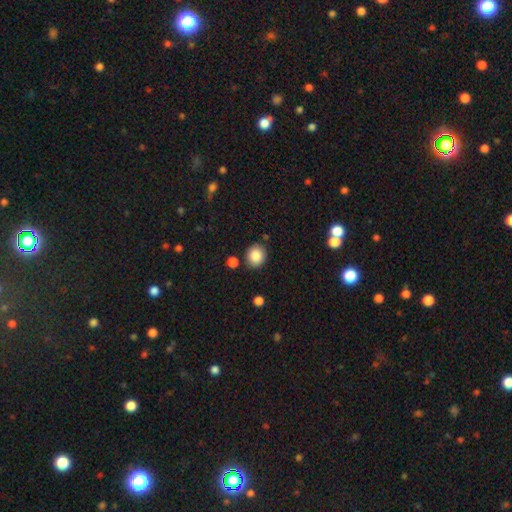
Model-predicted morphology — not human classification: Overall: smooth (85%). How rounded: round (77%). Merging: none (82%).